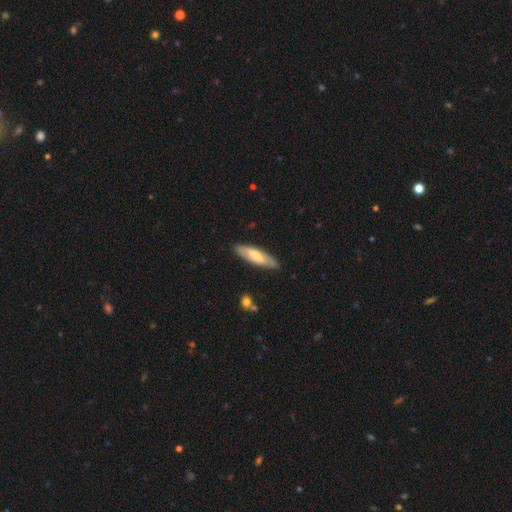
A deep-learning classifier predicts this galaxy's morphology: This appears to be a smooth galaxy with no disk features (59%) that is cigar-shaped (56%). Merging: none (84%).